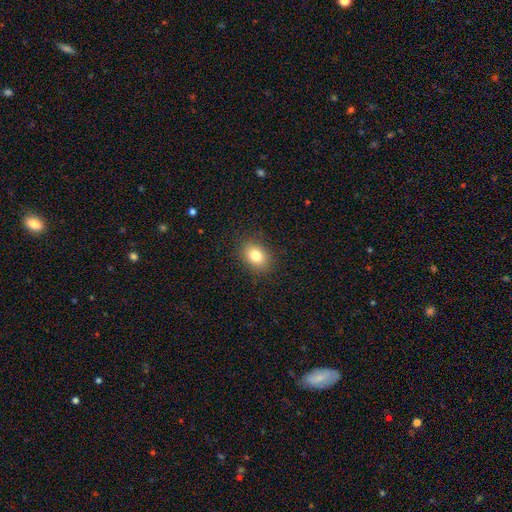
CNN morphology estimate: A smooth galaxy with no disk features (81%) that is in between round and cigar-shaped (67%).

Vote fractions:
- Smooth or featured? smooth: 81% / star or artifact: 10% / featured or disk: 9%
- How rounded? in between: 67% / round: 32% / cigar-shaped: 1%
- Merging? none: 87% / minor disturbance: 9% / major disturbance: 3% / merger: 1%